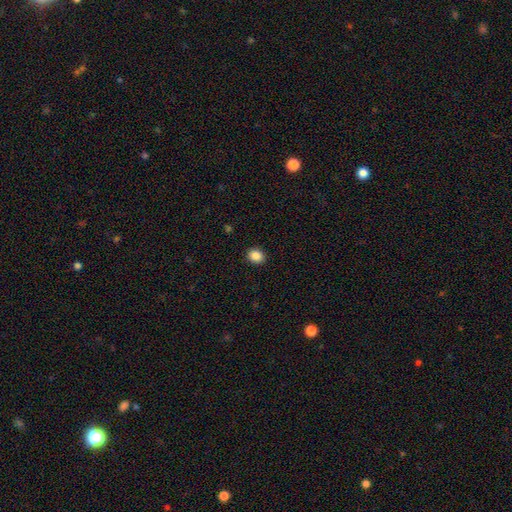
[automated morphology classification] type=smooth (87%); roundness=round (60%); merging=none (91%).